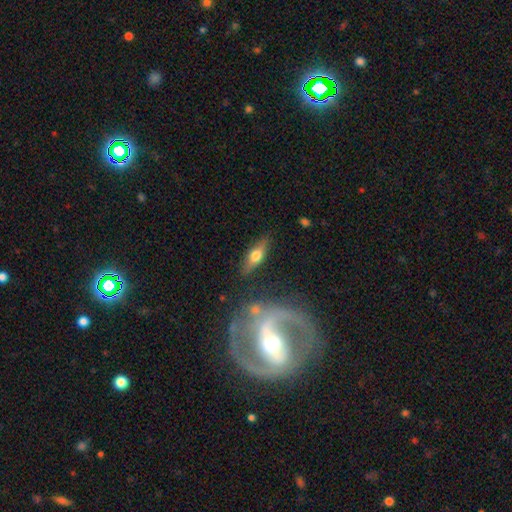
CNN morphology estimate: Smooth or featured: featured or disk — 48% (smooth — 45%)
Merging: none — 82% (minor disturbance — 12%)